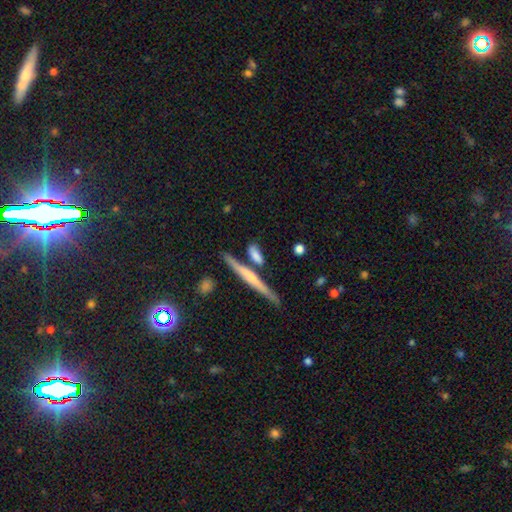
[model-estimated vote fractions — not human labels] Smooth or featured? Predicted: smooth (p=0.64). How rounded? Predicted: cigar-shaped (p=0.59). Merging? Predicted: none (p=0.63).